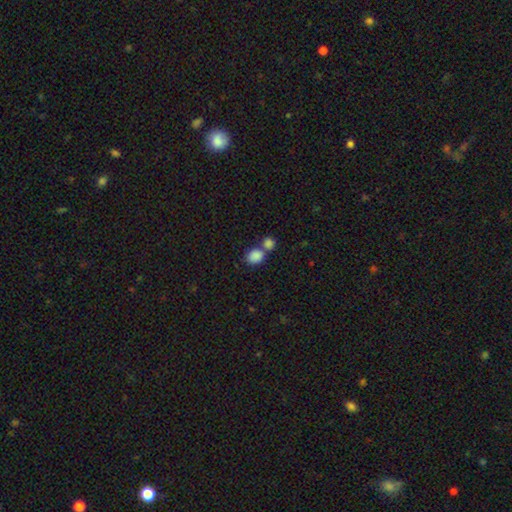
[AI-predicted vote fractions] Smooth or featured: smooth — 86% (star or artifact — 9%)
How rounded: in between — 51% (round — 48%)
Merging: merger — 48% (none — 40%)